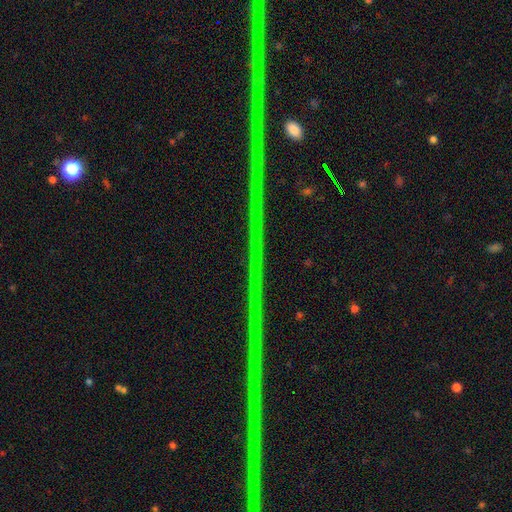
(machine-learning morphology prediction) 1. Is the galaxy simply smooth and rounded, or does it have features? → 89% star or artifact, 7% featured or disk, 4% smooth.